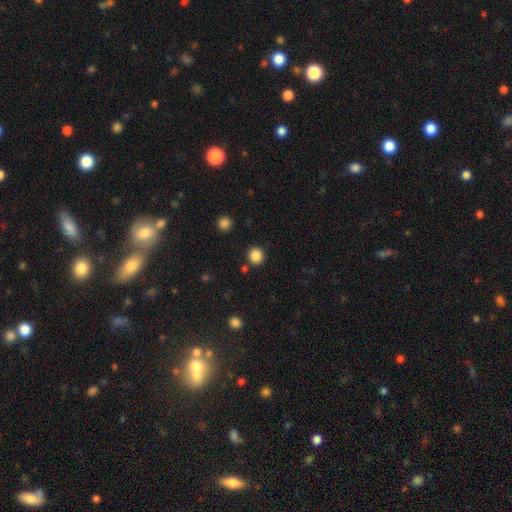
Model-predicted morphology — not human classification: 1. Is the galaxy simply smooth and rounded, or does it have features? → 86% smooth, 11% star or artifact, 3% featured or disk.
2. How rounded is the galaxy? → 92% round, 7% in between, 1% cigar-shaped.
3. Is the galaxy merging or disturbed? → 88% none, 6% minor disturbance, 4% merger, 2% major disturbance.